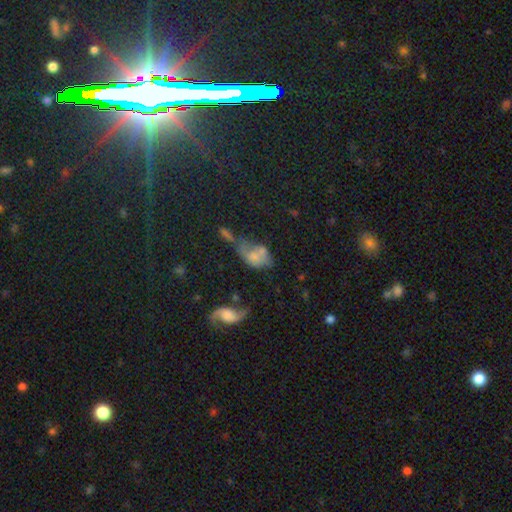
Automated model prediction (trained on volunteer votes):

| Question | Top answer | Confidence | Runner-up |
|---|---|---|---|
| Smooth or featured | smooth | 55% | featured or disk (30%) |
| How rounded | in between | 83% | round (14%) |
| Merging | merger | 38% | major disturbance (25%) |